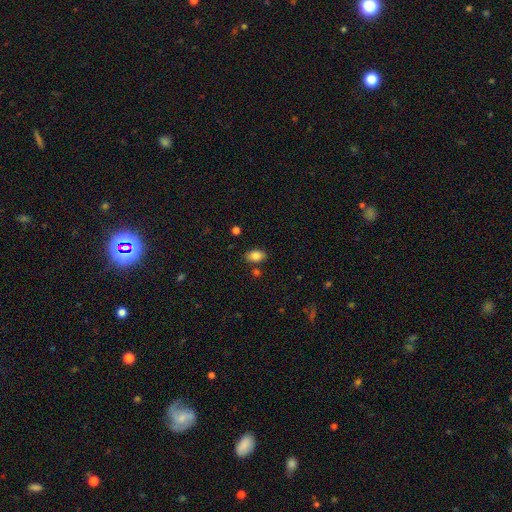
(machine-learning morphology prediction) smooth 84%, star or artifact 9%, featured or disk 8%. Down the decision tree: how rounded — in between (89%); merging — none (82%).